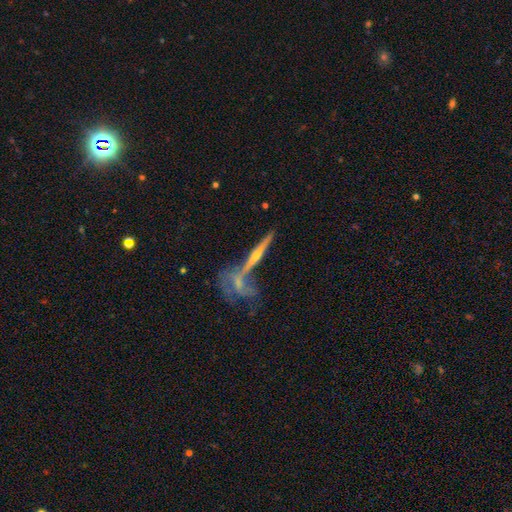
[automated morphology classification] Smooth or featured? Predicted: featured or disk (p=0.65). Edge-on disk? Predicted: yes (p=0.77). Edge-on bulge? Predicted: rounded (p=0.73). Merging? Predicted: merger (p=0.41).